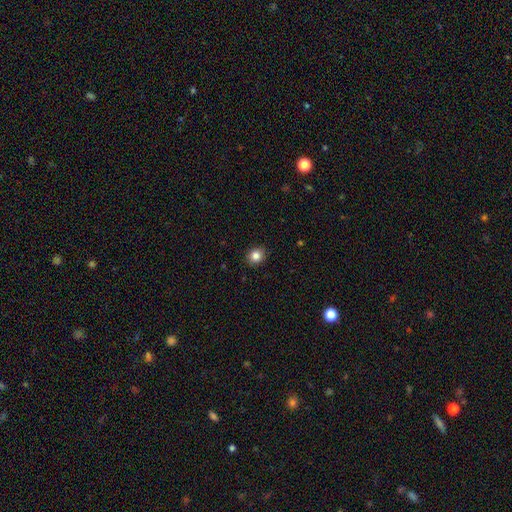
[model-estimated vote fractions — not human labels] The model was most divided on "how rounded": round: 71%, in between: 28%, cigar-shaped: 1%. More confident: merging — none (90%); smooth or featured — smooth (84%).